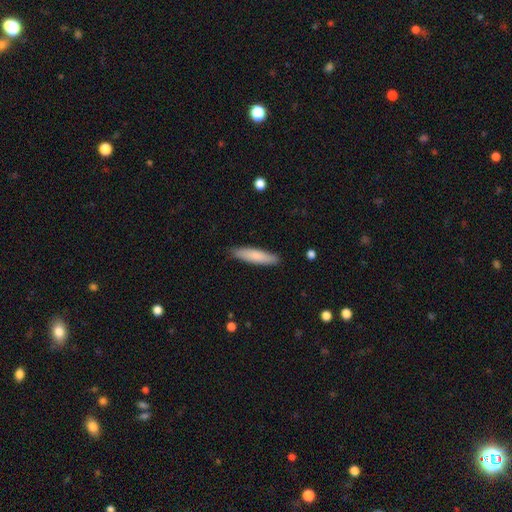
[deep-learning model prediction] smooth 79%, featured or disk 15%, star or artifact 6%. Down the decision tree: how rounded — cigar-shaped (79%); merging — none (88%).